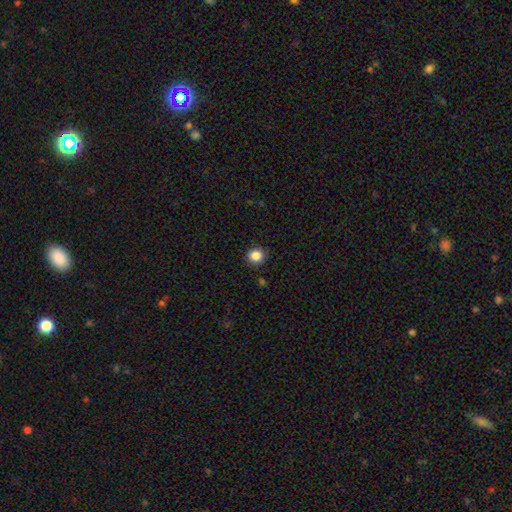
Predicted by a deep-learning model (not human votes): Smooth or featured? Predicted: smooth (p=0.86). How rounded? Predicted: round (p=0.89). Merging? Predicted: none (p=0.91).